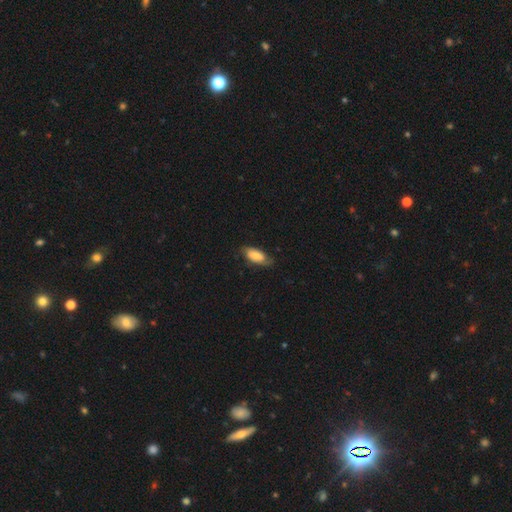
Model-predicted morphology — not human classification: smooth 67%, featured or disk 26%, star or artifact 7%. Down the decision tree: how rounded — in between (86%); merging — none (65%).